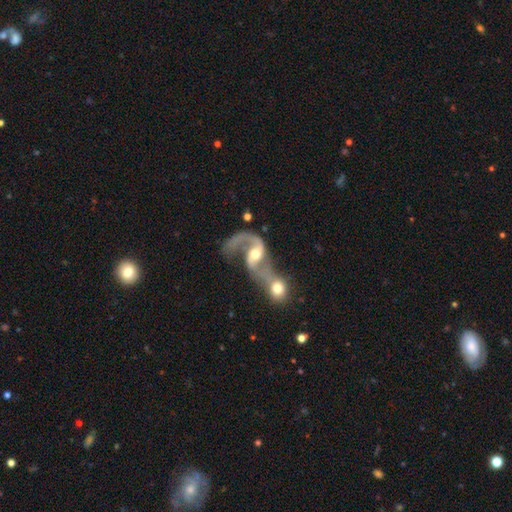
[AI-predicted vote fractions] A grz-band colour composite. It shows a featured or disk galaxy (59%) with no bar (66%), spiral arms (63%) and a moderate central bulge (46%). Merging: merger (60%).